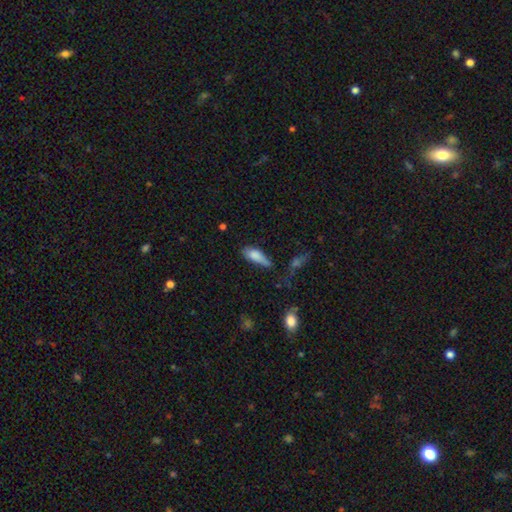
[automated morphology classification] smooth_or_featured: smooth (p=0.78) [alt: featured or disk p=0.14]
how_rounded: in between (p=0.66) [alt: cigar-shaped p=0.31]
merging: none (p=0.39) [alt: minor disturbance p=0.35]